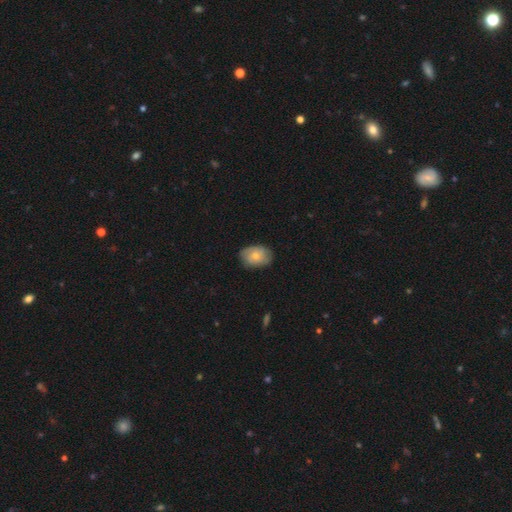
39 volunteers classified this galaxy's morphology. Smooth or featured? 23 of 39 (59%) said smooth. How rounded? 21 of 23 (91%) said in between. Merging? 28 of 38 (74%) said none.